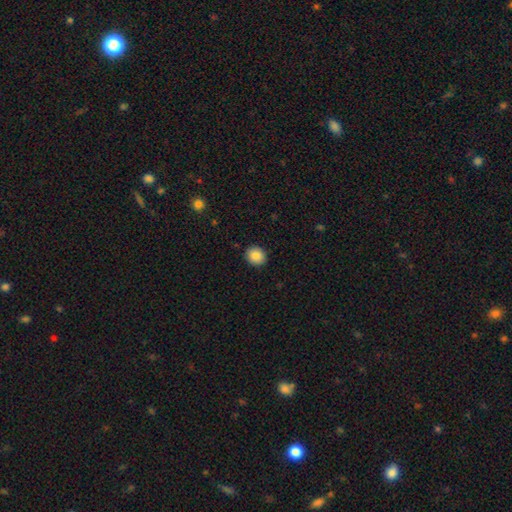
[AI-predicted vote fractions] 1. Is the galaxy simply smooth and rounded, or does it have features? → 87% smooth, 9% star or artifact, 5% featured or disk.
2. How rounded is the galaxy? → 77% round, 22% in between, 1% cigar-shaped.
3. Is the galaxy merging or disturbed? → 91% none, 6% minor disturbance, 2% major disturbance, 1% merger.